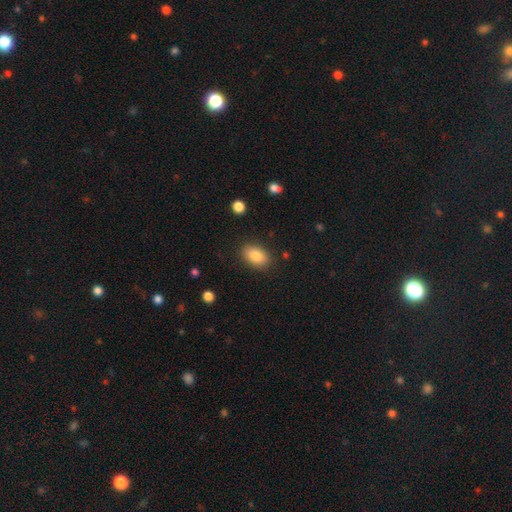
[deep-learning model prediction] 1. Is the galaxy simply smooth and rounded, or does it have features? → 84% smooth, 8% featured or disk, 8% star or artifact.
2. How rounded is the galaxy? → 89% in between, 10% round, 1% cigar-shaped.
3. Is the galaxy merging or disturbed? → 86% none, 10% minor disturbance, 3% major disturbance, 1% merger.